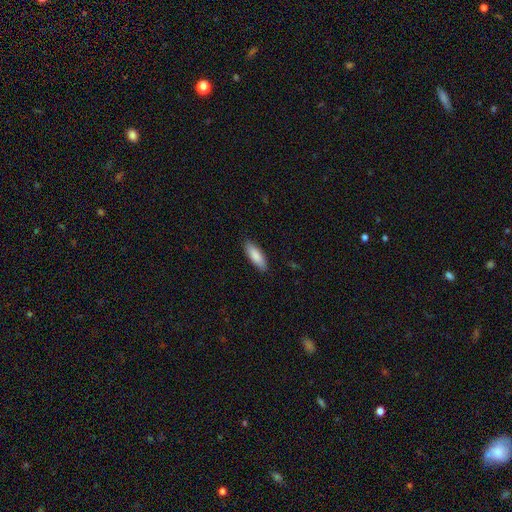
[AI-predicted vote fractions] Morphology: type=smooth (87%); roundness=in between (63%); merging=none (88%).